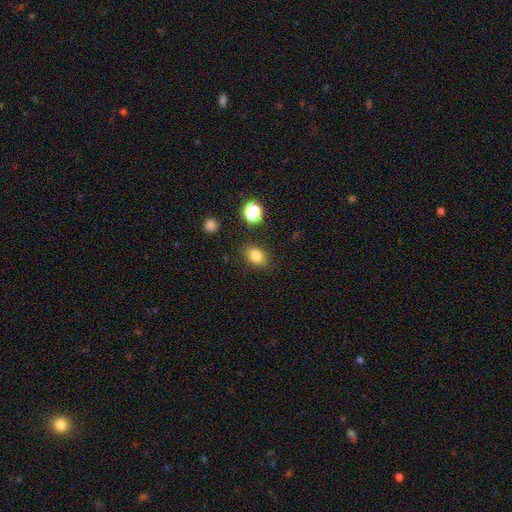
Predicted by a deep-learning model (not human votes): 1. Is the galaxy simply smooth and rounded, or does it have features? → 80% smooth, 13% star or artifact, 8% featured or disk.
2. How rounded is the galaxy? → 66% in between, 33% round, 1% cigar-shaped.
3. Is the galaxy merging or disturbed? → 83% none, 11% minor disturbance, 3% major disturbance, 2% merger.